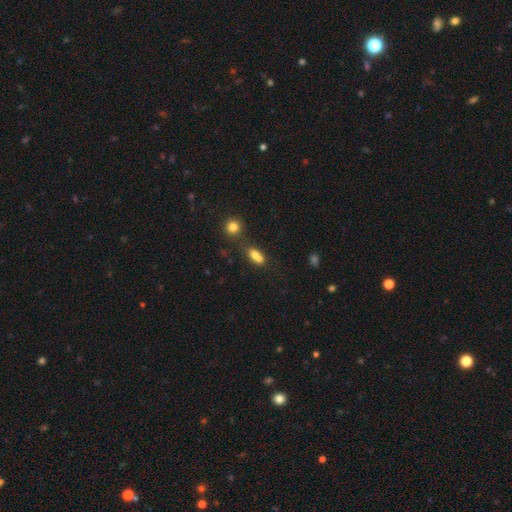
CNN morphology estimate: smooth-or-featured: smooth: 73% | featured or disk: 15% | star or artifact: 12%
  how-rounded: in between: 71% | round: 16% | cigar-shaped: 13%
  merging: merger: 45% | none: 36% | minor disturbance: 13% | major disturbance: 6%